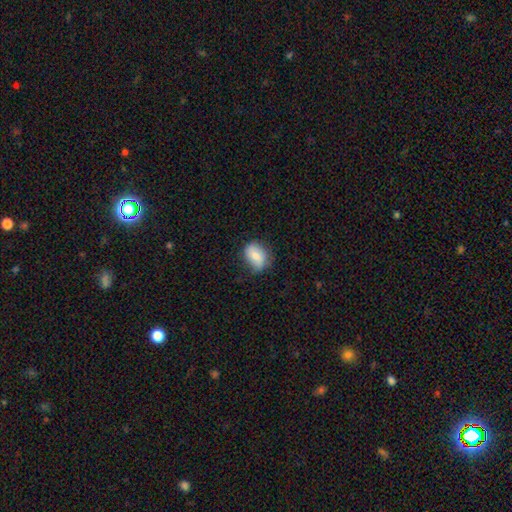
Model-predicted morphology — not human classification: This appears to be a smooth galaxy with no disk features (74%) that is in between round and cigar-shaped (72%). Merging: none (68%).